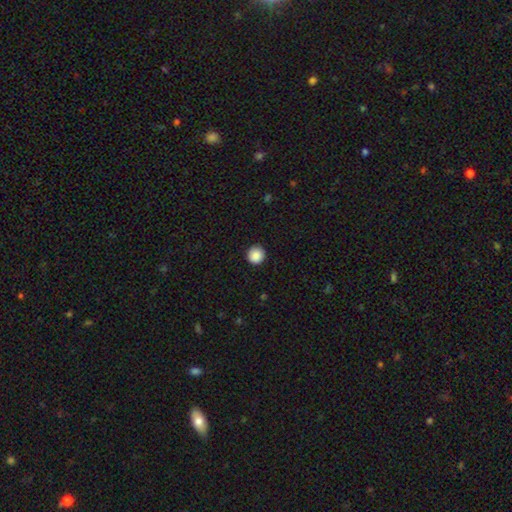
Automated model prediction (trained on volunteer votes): Smooth or featured: smooth — 88% (star or artifact — 9%)
How rounded: round — 95% (in between — 4%)
Merging: none — 91% (minor disturbance — 6%)